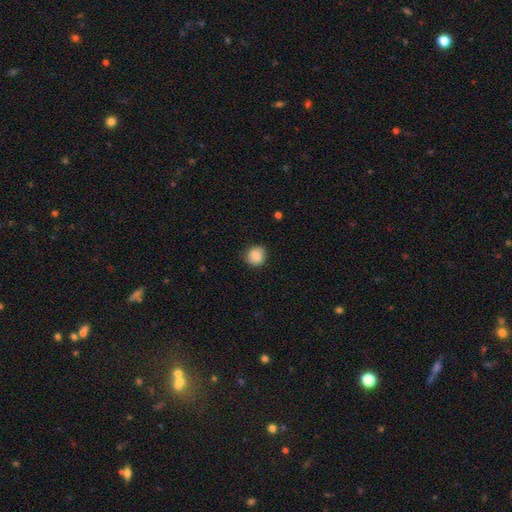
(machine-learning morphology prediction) This appears to be a smooth galaxy with no disk features (88%) that is round (87%). Merging: none (85%).